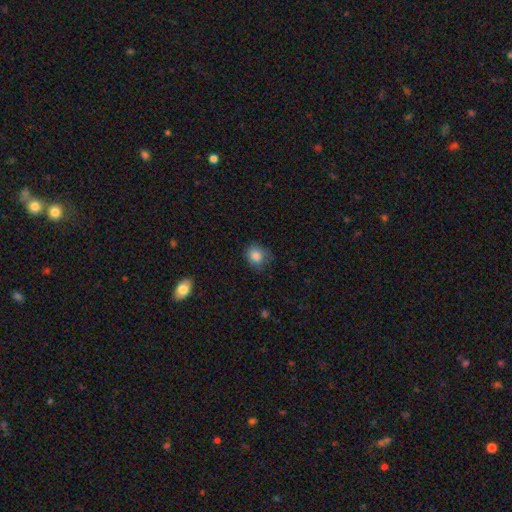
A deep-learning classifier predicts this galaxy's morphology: A smooth galaxy with no disk features (85%) that is round (69%).

Vote fractions:
- Smooth or featured? smooth: 85% / star or artifact: 10% / featured or disk: 6%
- How rounded? round: 69% / in between: 30% / cigar-shaped: 1%
- Merging? none: 71% / minor disturbance: 22% / major disturbance: 6% / merger: 1%